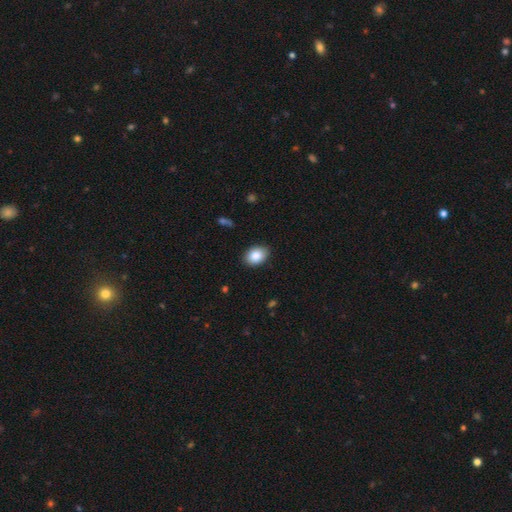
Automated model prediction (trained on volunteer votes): The model was most divided on "how rounded": in between: 73%, round: 26%, cigar-shaped: 1%. More confident: merging — none (88%); smooth or featured — smooth (86%).